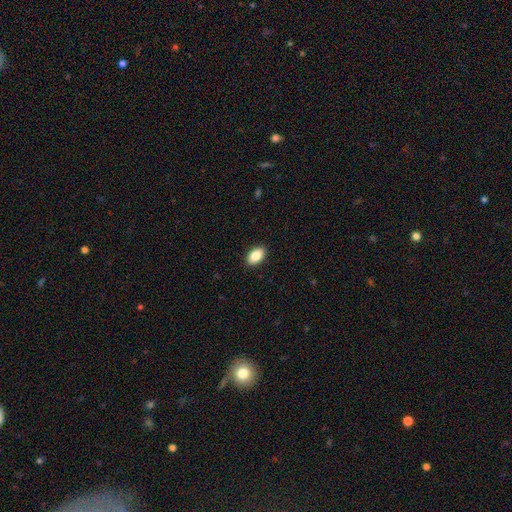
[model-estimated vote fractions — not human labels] This appears to be a smooth galaxy with no disk features (86%) that is in between round and cigar-shaped (92%). Merging: none (90%).